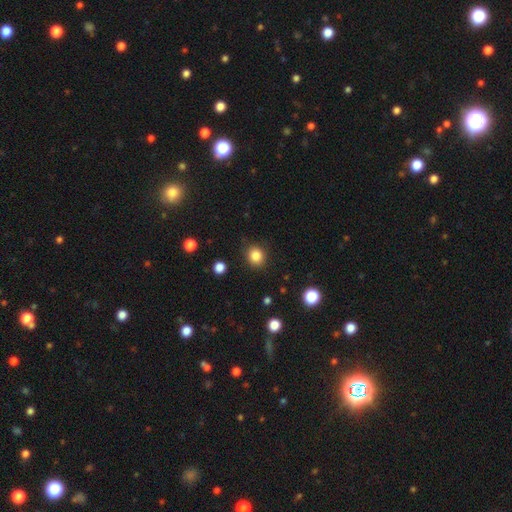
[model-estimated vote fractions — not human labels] Smooth or featured?
  - smooth: 85% *
  - star or artifact: 11%
  - featured or disk: 4%
How rounded?
  - round: 81% *
  - in between: 18%
  - cigar-shaped: 1%
Merging?
  - none: 88% *
  - minor disturbance: 8%
  - major disturbance: 3%
  - merger: 1%